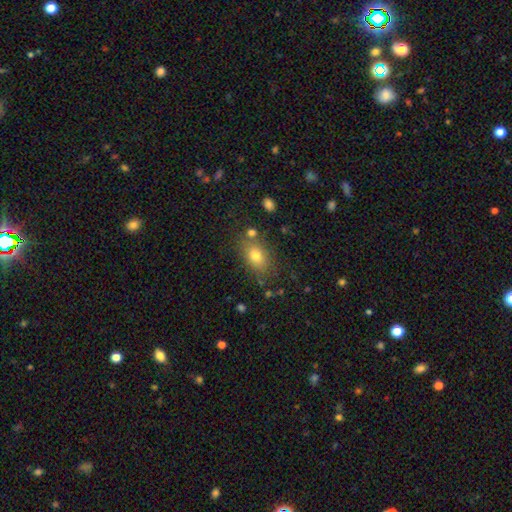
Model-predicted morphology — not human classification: Smooth or featured: smooth — 76% (featured or disk — 13%)
How rounded: in between — 79% (round — 19%)
Merging: none — 74% (minor disturbance — 14%)